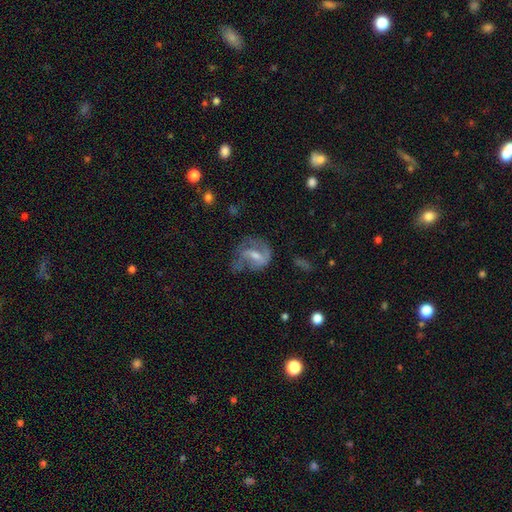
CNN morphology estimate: type=featured or disk (69%); edge-on=no (97%); bar=weak (51%); spiral arms=yes (80%); winding=medium (43%); arm count=2 (64%); bulge=moderate (44%); merging=none (39%).